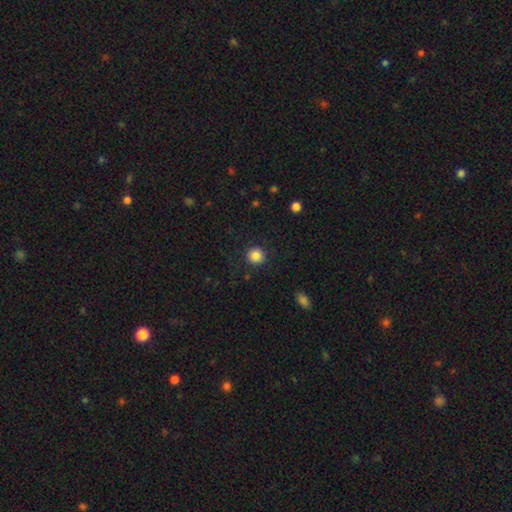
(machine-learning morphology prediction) A smooth galaxy with no disk features (86%) that is round (92%). Merging: none (90%).